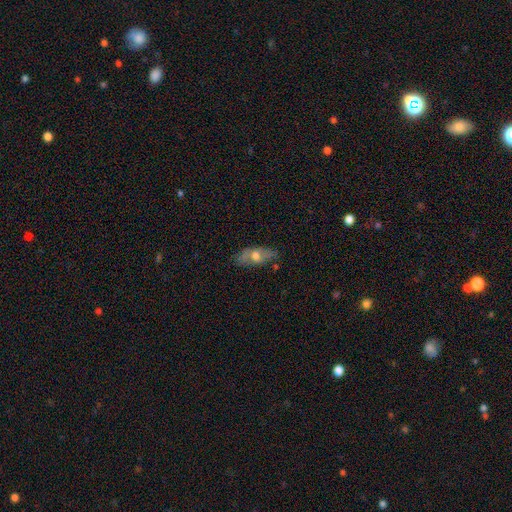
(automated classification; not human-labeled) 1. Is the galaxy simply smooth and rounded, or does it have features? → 52% smooth, 40% featured or disk, 7% star or artifact.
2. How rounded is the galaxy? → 79% in between, 16% cigar-shaped, 5% round.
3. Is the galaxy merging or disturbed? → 72% none, 21% minor disturbance, 5% major disturbance, 2% merger.